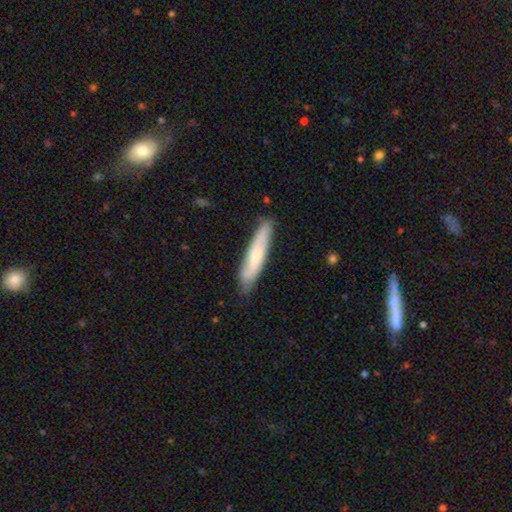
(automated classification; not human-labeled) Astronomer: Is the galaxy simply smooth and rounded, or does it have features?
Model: smooth — 57% (runner-up: featured or disk, 38%).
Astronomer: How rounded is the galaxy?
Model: cigar-shaped — 84%.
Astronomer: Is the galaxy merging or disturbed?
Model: none — 82%.